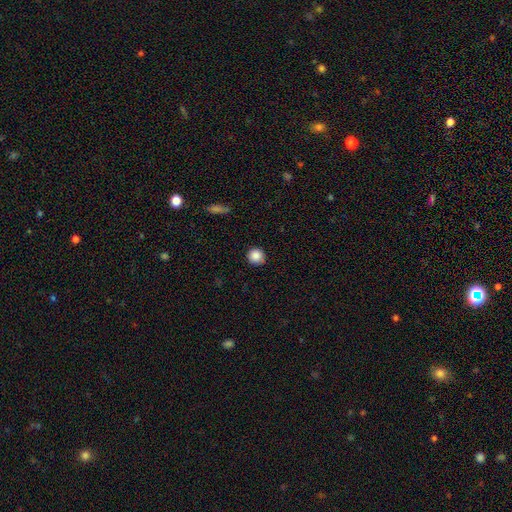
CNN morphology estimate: This appears to be a smooth galaxy with no disk features (87%) that is round (93%). Merging: none (87%).